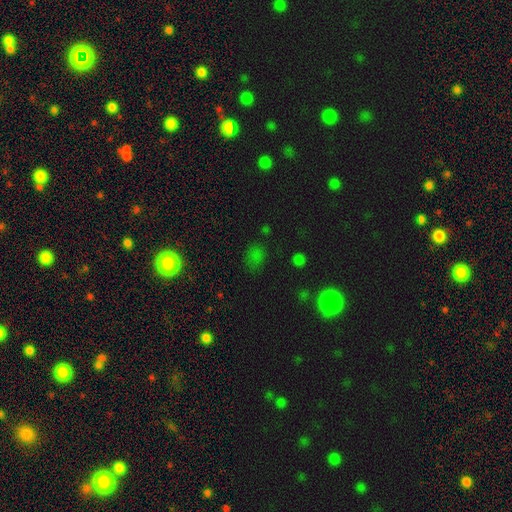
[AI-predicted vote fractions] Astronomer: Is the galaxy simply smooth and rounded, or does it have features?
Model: smooth — 58% (runner-up: star or artifact, 35%).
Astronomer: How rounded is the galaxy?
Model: in between — 50% (runner-up: round, 48%).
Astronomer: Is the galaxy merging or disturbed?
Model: none — 72%.